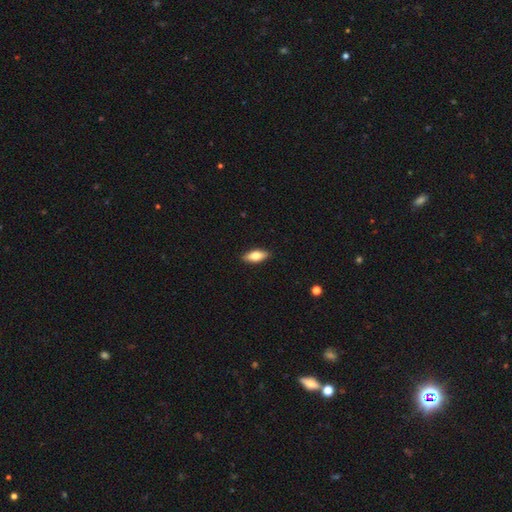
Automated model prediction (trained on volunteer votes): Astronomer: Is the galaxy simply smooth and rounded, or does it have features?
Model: smooth — 70%.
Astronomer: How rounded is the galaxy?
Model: in between — 77%.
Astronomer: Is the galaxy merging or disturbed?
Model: none — 90%.